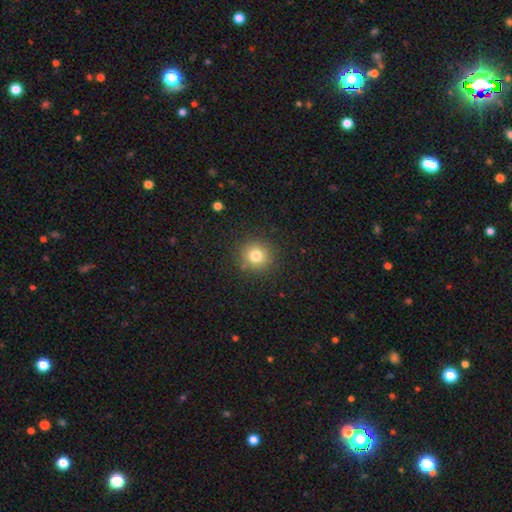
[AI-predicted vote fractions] Smooth or featured?
  - smooth: 79% *
  - star or artifact: 13%
  - featured or disk: 8%
How rounded?
  - round: 92% *
  - in between: 7%
  - cigar-shaped: 1%
Merging?
  - none: 89% *
  - minor disturbance: 7%
  - major disturbance: 3%
  - merger: 1%